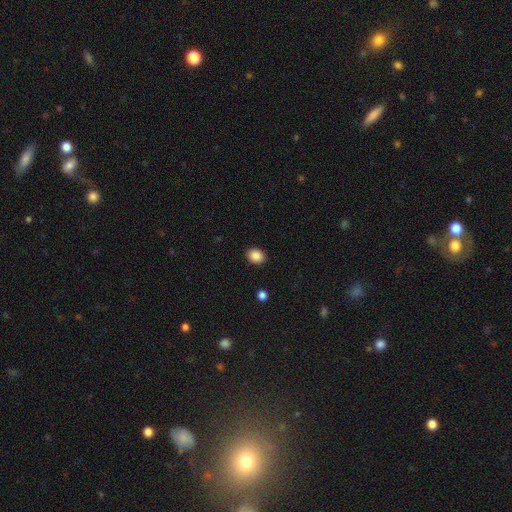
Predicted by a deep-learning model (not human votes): Smooth or featured?
  - smooth: 88% *
  - star or artifact: 9%
  - featured or disk: 4%
How rounded?
  - in between: 51% *
  - round: 48%
  - cigar-shaped: 1%
Merging?
  - none: 90% *
  - minor disturbance: 7%
  - major disturbance: 2%
  - merger: 1%